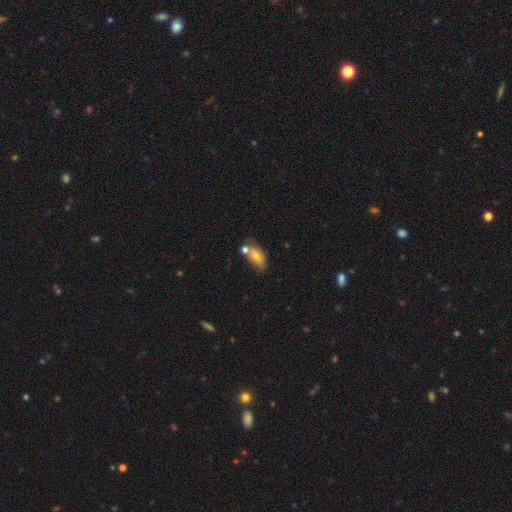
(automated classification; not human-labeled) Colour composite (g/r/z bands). It shows a smooth galaxy with no disk features (70%) that is in between round and cigar-shaped (86%). Merging: none (45%).